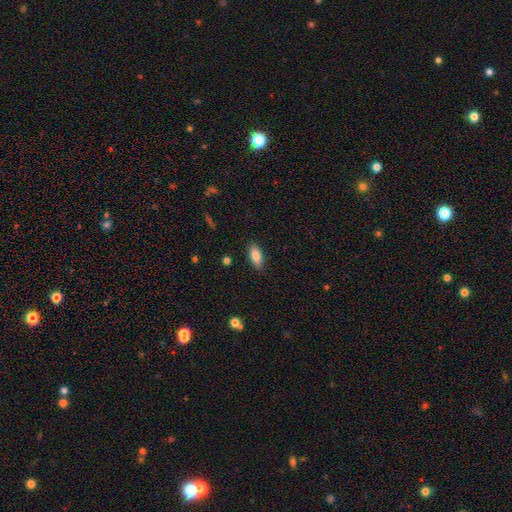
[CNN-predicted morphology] The model was most divided on "smooth or featured": smooth: 83%, featured or disk: 9%, star or artifact: 7%. More confident: how rounded — in between (87%); merging — none (86%).